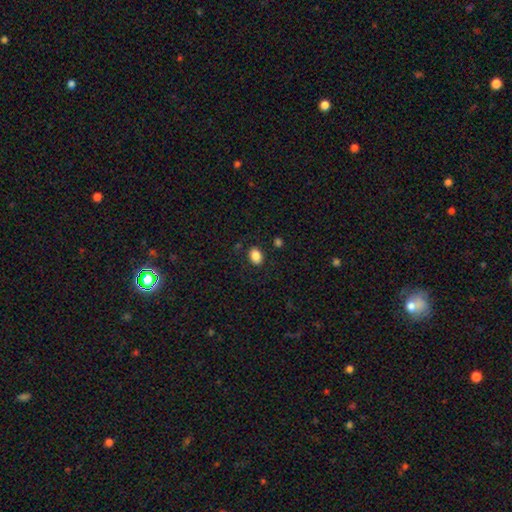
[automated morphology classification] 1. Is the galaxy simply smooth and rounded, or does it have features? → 87% smooth, 9% star or artifact, 4% featured or disk.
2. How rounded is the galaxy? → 75% in between, 24% round, 1% cigar-shaped.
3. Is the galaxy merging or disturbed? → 85% none, 10% minor disturbance, 3% major disturbance, 2% merger.